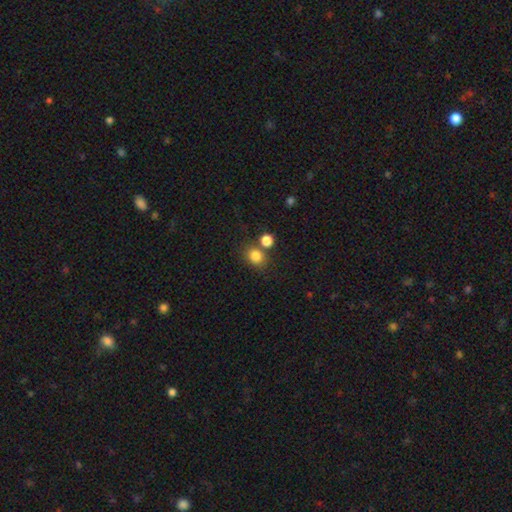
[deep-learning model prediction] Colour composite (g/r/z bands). It shows a smooth galaxy with no disk features (82%) that is round (71%). Merging: none (67%).